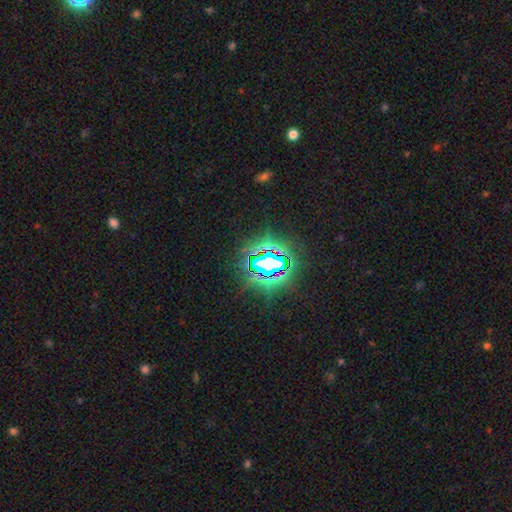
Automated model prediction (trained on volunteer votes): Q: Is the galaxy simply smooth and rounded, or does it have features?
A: star or artifact — 83%.